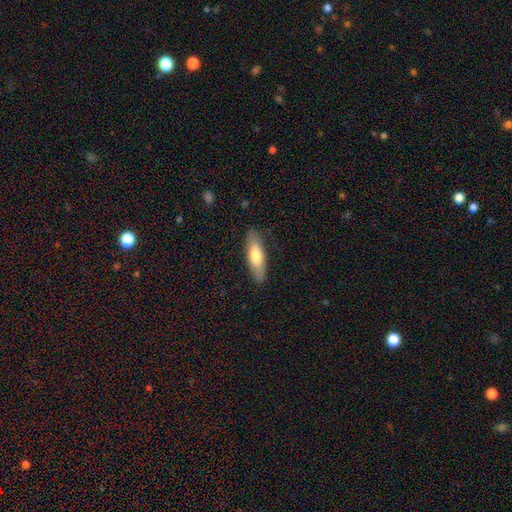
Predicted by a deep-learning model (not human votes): This is likely a smooth galaxy (70%). How rounded: possibly cigar-shaped (53%). Merging: clearly none (86%).